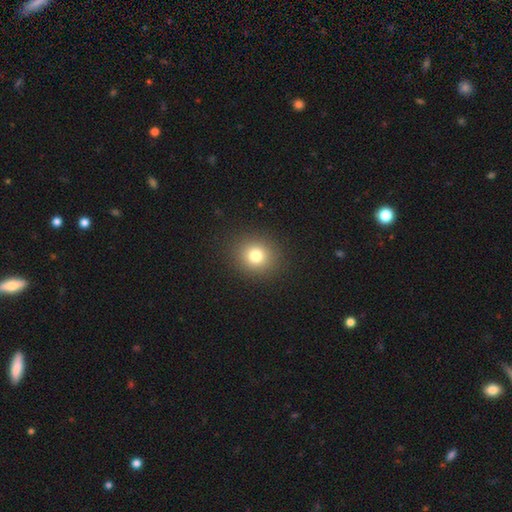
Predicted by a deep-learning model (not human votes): Smooth or featured? Predicted: smooth (p=0.79). How rounded? Predicted: round (p=0.85). Merging? Predicted: none (p=0.90).